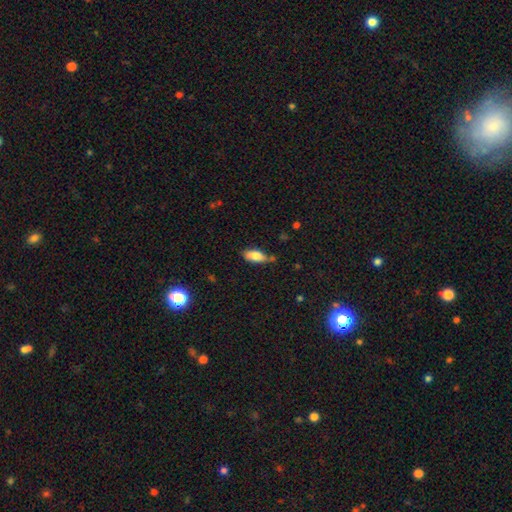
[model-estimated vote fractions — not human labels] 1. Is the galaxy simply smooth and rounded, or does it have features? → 77% smooth, 16% featured or disk, 7% star or artifact.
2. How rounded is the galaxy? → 82% in between, 15% cigar-shaped, 2% round.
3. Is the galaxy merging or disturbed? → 69% none, 22% minor disturbance, 5% merger, 4% major disturbance.